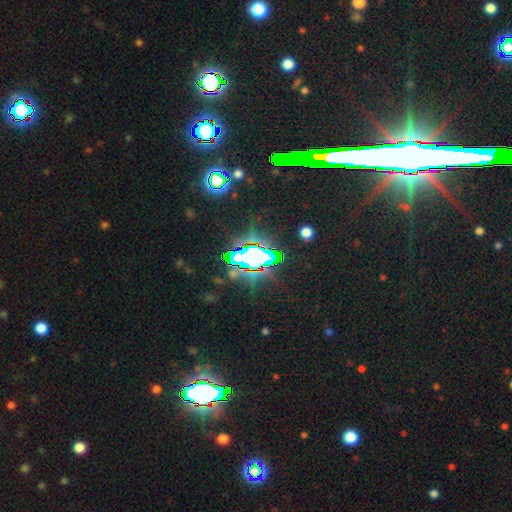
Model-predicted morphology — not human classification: This is likely a star or artifact rather than a galaxy (72%).